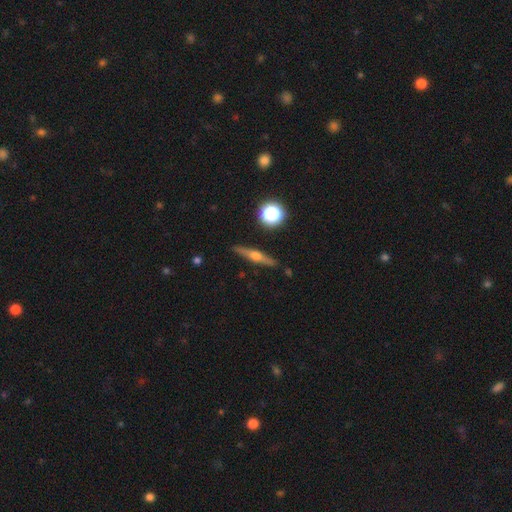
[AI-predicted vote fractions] A featured or disk galaxy (66%) viewed edge-on (96%) with a rounded central bulge (91%).

Vote fractions:
- Smooth or featured? featured or disk: 66% / smooth: 26% / star or artifact: 8%
- Edge-on disk? yes: 96% / no: 4%
- Edge-on bulge? rounded: 91% / boxy: 5% / none: 4%
- Merging? none: 89% / minor disturbance: 8% / major disturbance: 2% / merger: 2%